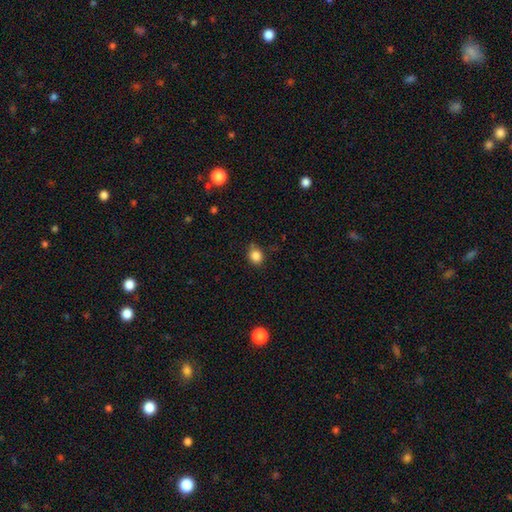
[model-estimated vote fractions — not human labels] A smooth galaxy with no disk features (85%) that is round (65%).

Vote fractions:
- Smooth or featured? smooth: 85% / star or artifact: 11% / featured or disk: 4%
- How rounded? round: 65% / in between: 34% / cigar-shaped: 1%
- Merging? none: 76% / minor disturbance: 18% / major disturbance: 4% / merger: 3%